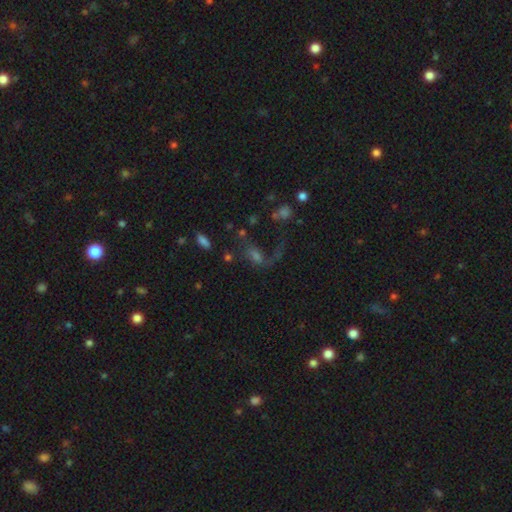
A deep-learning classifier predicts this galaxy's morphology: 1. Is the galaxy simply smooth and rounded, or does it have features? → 36% smooth (tied), 36% featured or disk (tied), 28% star or artifact.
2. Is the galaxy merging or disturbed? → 37% none, 35% major disturbance, 14% merger, 14% minor disturbance.